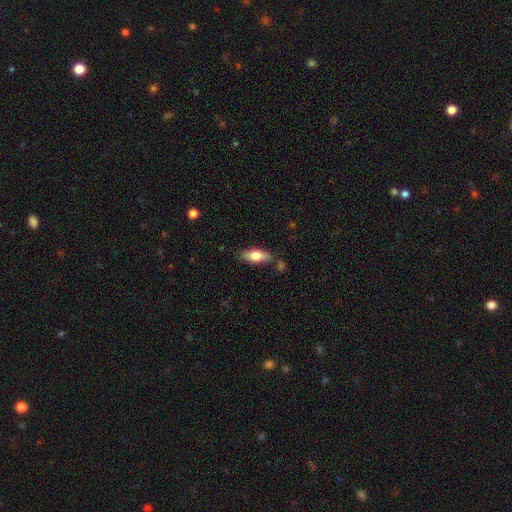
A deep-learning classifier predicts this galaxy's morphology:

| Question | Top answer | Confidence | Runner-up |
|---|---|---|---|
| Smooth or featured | smooth | 76% | featured or disk (17%) |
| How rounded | in between | 79% | cigar-shaped (18%) |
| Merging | none | 75% | minor disturbance (16%) |